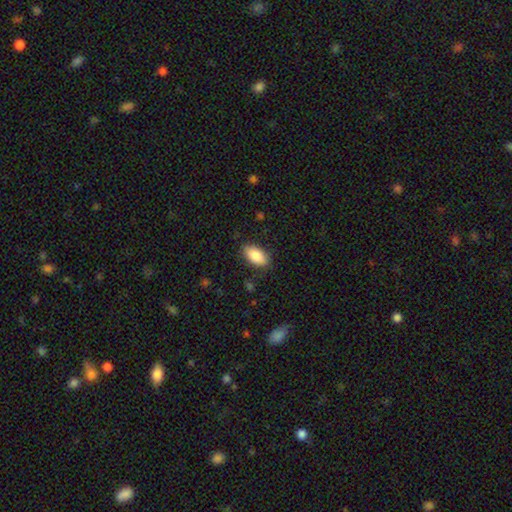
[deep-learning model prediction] smooth_or_featured: smooth (p=0.87) [alt: star or artifact p=0.06]
how_rounded: in between (p=0.93) [alt: cigar-shaped p=0.03]
merging: none (p=0.84) [alt: minor disturbance p=0.12]